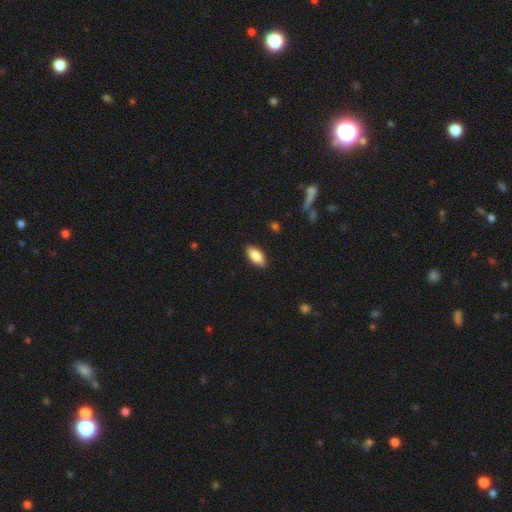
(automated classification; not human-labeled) The model was most divided on "smooth or featured": smooth: 85%, featured or disk: 9%, star or artifact: 6%. More confident: how rounded — in between (89%); merging — none (88%).